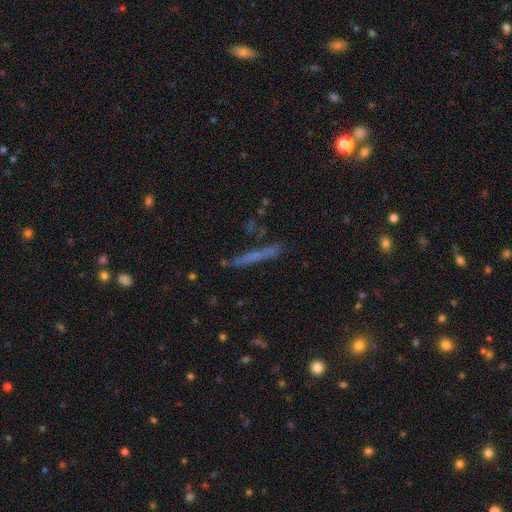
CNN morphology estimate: A smooth galaxy with no disk features (51%) that is cigar-shaped (94%).

Vote fractions:
- Smooth or featured? smooth: 51% / featured or disk: 39% / star or artifact: 11%
- How rounded? cigar-shaped: 94% / in between: 3% / round: 3%
- Merging? none: 83% / minor disturbance: 12% / major disturbance: 3% / merger: 2%